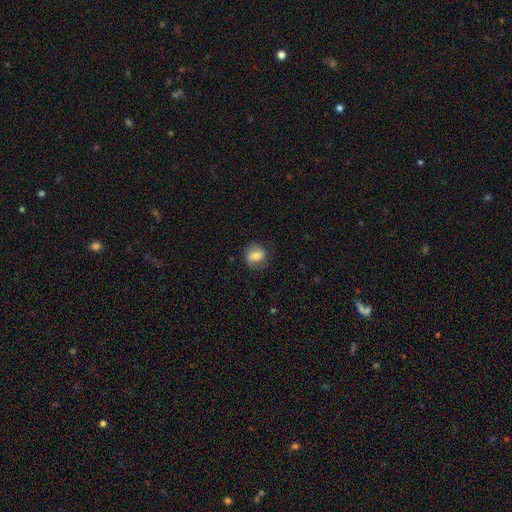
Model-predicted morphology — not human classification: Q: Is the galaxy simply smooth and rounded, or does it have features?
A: smooth — 68%.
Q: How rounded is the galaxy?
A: round — 60%.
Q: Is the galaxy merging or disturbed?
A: none — 78%.